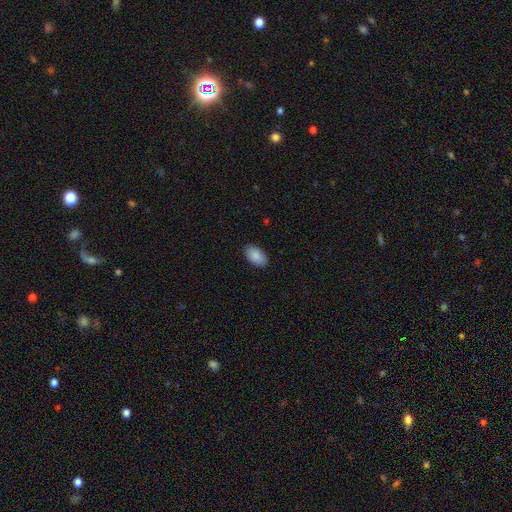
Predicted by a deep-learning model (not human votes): This appears to be a smooth galaxy with no disk features (88%) that is in between round and cigar-shaped (95%). Merging: none (87%).